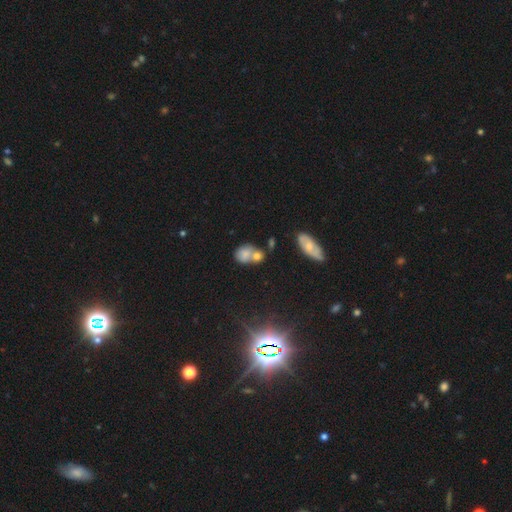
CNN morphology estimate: The model was most divided on "merging": merger: 41%, none: 40%, minor disturbance: 12%, major disturbance: 7%. Remaining: smooth or featured — smooth (43%).